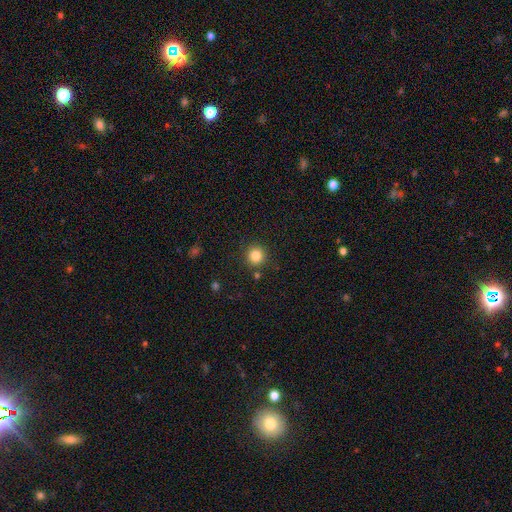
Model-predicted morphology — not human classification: A smooth galaxy with no disk features (84%) that is round (93%).

Vote fractions:
- Smooth or featured? smooth: 84% / star or artifact: 11% / featured or disk: 5%
- How rounded? round: 93% / in between: 6% / cigar-shaped: 1%
- Merging? none: 87% / minor disturbance: 7% / merger: 3% / major disturbance: 3%